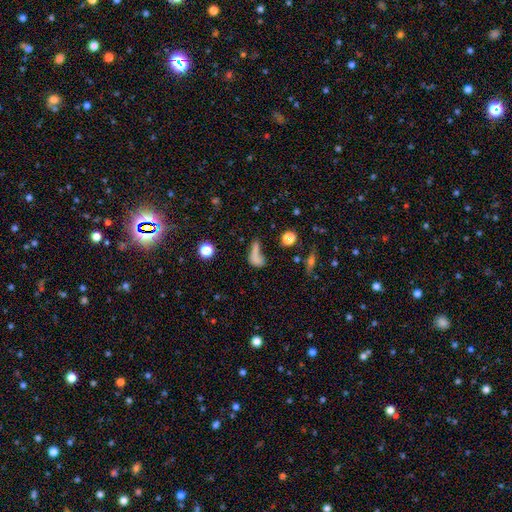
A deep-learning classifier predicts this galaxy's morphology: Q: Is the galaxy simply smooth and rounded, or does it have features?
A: smooth — 62%.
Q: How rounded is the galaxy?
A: in between — 58%.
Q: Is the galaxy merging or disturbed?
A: merger — 32%.